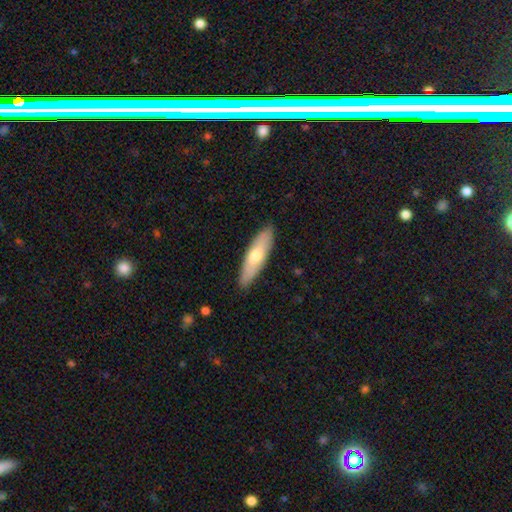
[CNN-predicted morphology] Overall: smooth (58%; featured or disk 36%). How rounded: cigar-shaped (64%; in between 35%). Merging: none (88%).